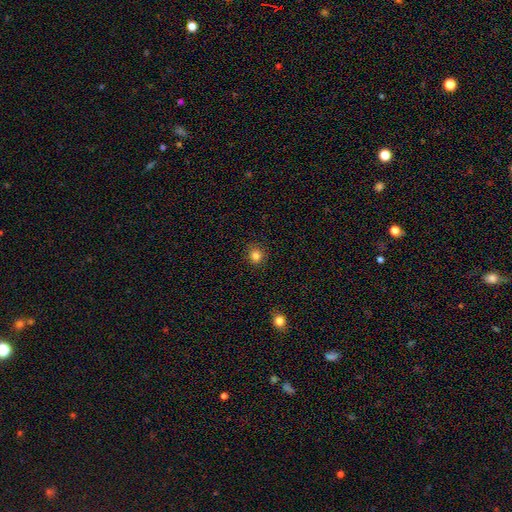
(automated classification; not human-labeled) The model was most divided on "smooth or featured": smooth: 83%, star or artifact: 12%, featured or disk: 4%. More confident: merging — none (90%); how rounded — round (88%).